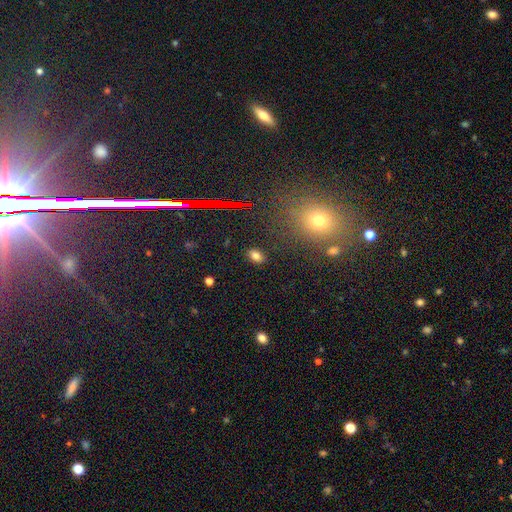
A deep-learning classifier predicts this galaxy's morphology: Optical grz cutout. It shows a smooth galaxy with no disk features (77%) that is in between round and cigar-shaped (84%). Merging: none (87%).